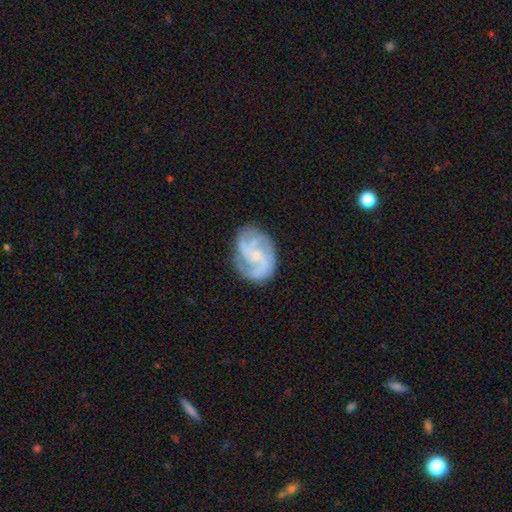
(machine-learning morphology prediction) A featured or disk galaxy (86%) with no bar (58%), 3 (44%) medium (49%) spiral arms (97%) and a small central bulge (70%).

Vote fractions:
- Smooth or featured? featured or disk: 86% / smooth: 9% / star or artifact: 5%
- Edge-on disk? no: 98% / yes: 2%
- Bar? no: 58% / weak: 36% / strong: 6%
- Spiral arms? yes: 97% / no: 3%
- Spiral winding? medium: 49% / tight: 34% / loose: 16%
- Spiral arm count? 3: 44% / 2: 26% / can't tell: 12% / 4: 8% / 1: 5% / more than 4: 5%
- Bulge size? small: 70% / moderate: 21% / none: 7% / large: 1% / dominant: 1%
- Merging? none: 74% / minor disturbance: 17% / major disturbance: 7% / merger: 1%